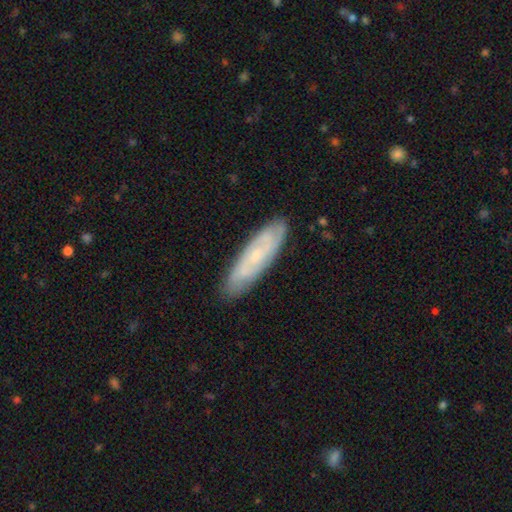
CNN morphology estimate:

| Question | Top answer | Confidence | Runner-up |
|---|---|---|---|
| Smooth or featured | featured or disk | 55% | smooth (38%) |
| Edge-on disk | no | 73% | yes (27%) |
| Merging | none | 83% | minor disturbance (13%) |